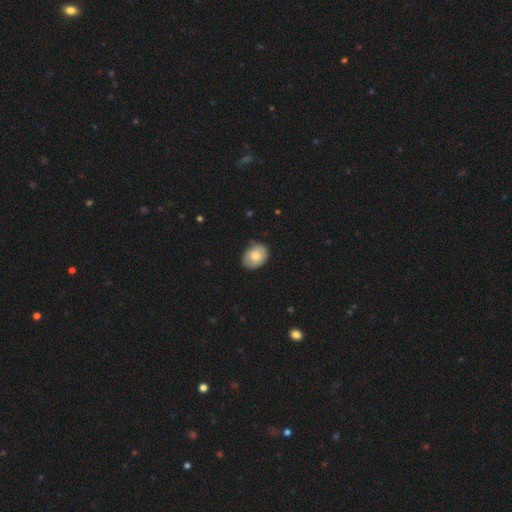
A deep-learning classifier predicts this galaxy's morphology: Smooth or featured? smooth (75%)
How rounded? in between (63%)
Merging? none (76%)